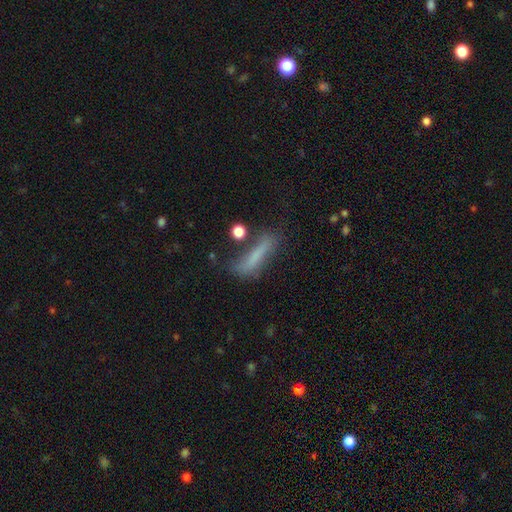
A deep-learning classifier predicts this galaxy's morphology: This appears to be a smooth galaxy with no disk features (66%) that is cigar-shaped (77%). Merging: none (49%).